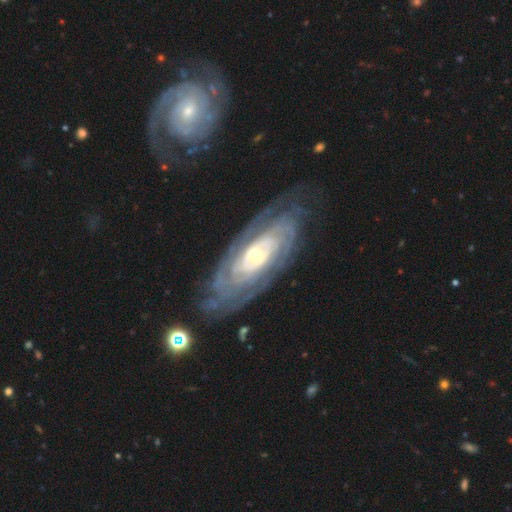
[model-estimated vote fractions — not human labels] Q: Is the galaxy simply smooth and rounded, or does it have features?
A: featured or disk — 89%.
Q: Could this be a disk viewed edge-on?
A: no — 91%.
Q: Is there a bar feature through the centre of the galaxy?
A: no — 64%.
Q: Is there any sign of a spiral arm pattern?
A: yes — 95%.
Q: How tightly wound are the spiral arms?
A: tight — 82%.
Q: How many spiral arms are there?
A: can't tell — 42%.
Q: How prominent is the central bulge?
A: moderate — 47%.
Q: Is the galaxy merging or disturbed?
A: none — 77%.